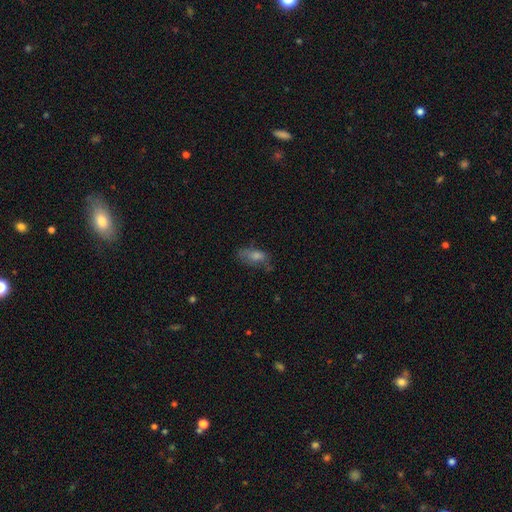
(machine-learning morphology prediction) Smooth or featured?
  - smooth: 58% *
  - featured or disk: 27%
  - star or artifact: 16%
How rounded?
  - in between: 79% *
  - cigar-shaped: 14%
  - round: 7%
Merging?
  - none: 57% *
  - minor disturbance: 27%
  - major disturbance: 13%
  - merger: 3%